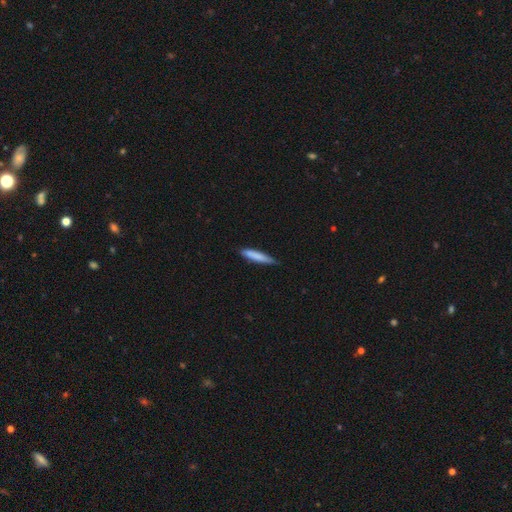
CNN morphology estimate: A smooth galaxy with no disk features (80%) that is cigar-shaped (89%). Merging: none (73%).